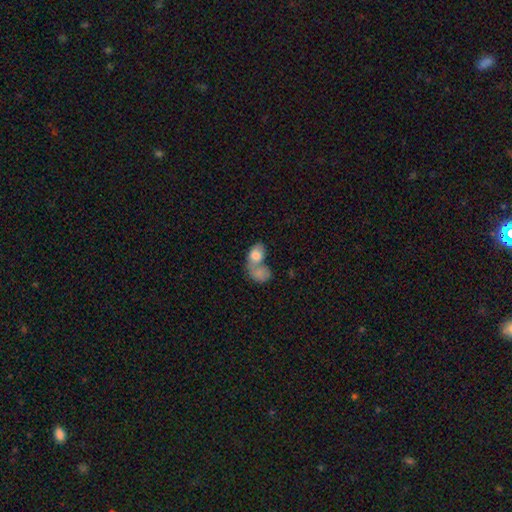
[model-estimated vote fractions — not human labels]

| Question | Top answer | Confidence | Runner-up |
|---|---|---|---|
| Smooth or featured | smooth | 75% | featured or disk (18%) |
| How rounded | in between | 75% | round (23%) |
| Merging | merger | 71% | none (14%) |